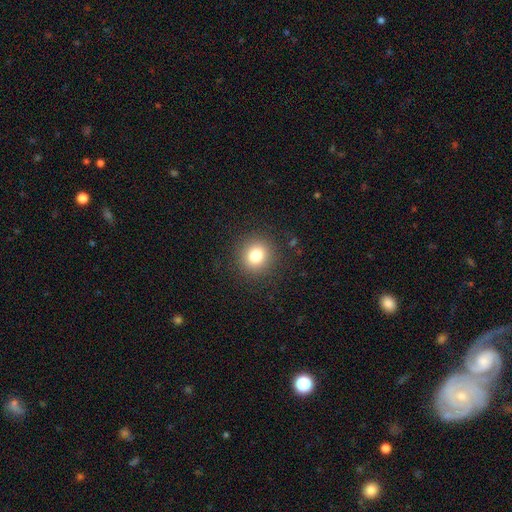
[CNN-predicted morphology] The model was most divided on "smooth or featured": smooth: 80%, star or artifact: 12%, featured or disk: 8%. More confident: merging — none (90%); how rounded — round (89%).